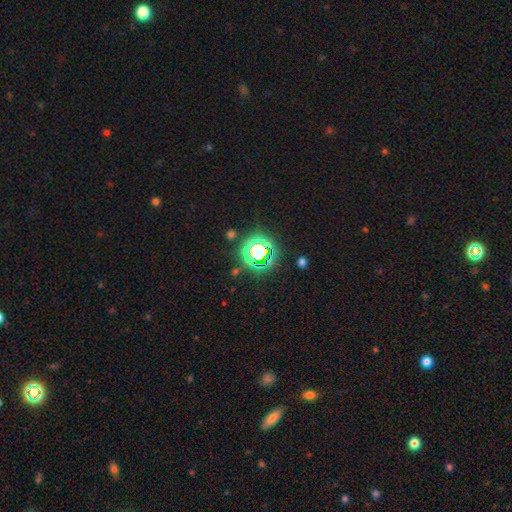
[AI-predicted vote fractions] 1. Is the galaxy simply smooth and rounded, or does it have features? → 77% star or artifact, 16% smooth, 7% featured or disk.